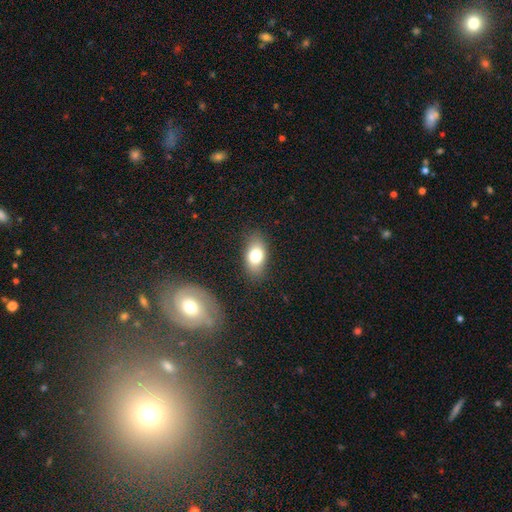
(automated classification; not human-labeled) The model was most divided on "smooth or featured": smooth: 77%, featured or disk: 15%, star or artifact: 8%. More confident: how rounded — in between (88%); merging — none (81%).